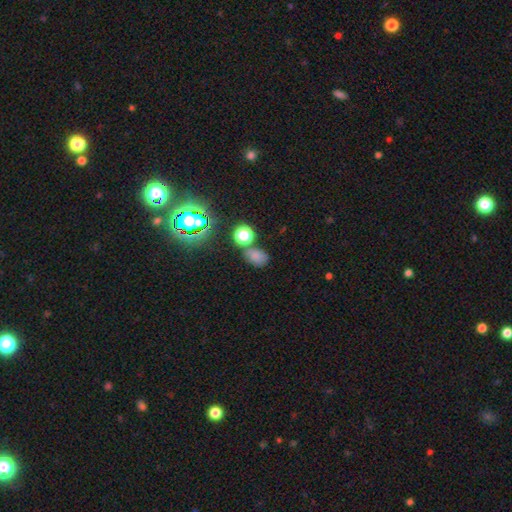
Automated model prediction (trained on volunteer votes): Q: Smooth or featured?
A: smooth (69%); runner-up: star or artifact (23%)
Q: How rounded?
A: in between (70%); runner-up: round (29%)
Q: Merging?
A: none (63%); runner-up: minor disturbance (16%)